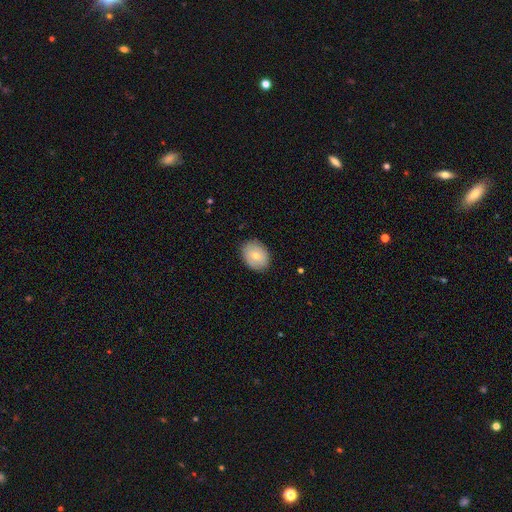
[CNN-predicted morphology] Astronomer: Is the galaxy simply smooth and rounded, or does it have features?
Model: smooth — 72%.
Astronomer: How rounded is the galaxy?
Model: in between — 61% (runner-up: round, 38%).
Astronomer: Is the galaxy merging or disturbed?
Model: none — 86%.